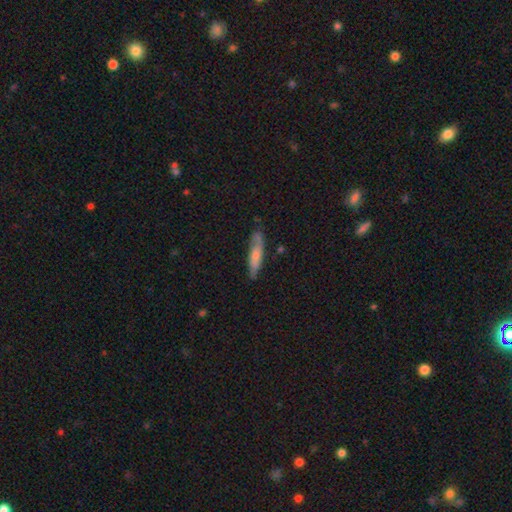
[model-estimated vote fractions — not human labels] A smooth galaxy with no disk features (62%) that is cigar-shaped (79%).

Vote fractions:
- Smooth or featured? smooth: 62% / featured or disk: 32% / star or artifact: 5%
- How rounded? cigar-shaped: 79% / in between: 19% / round: 2%
- Merging? none: 73% / minor disturbance: 20% / major disturbance: 4% / merger: 2%